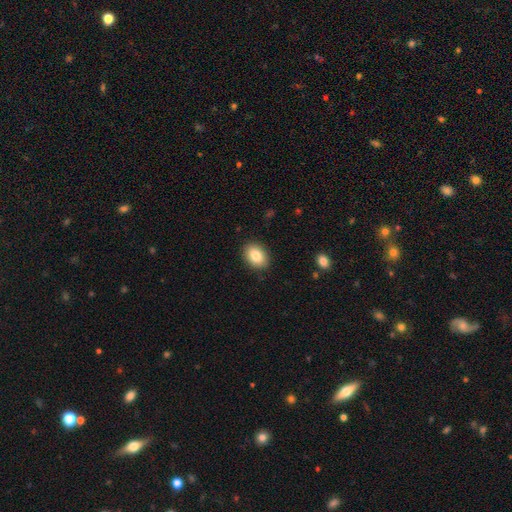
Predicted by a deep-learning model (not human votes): Smooth or featured? smooth (84%)
How rounded? in between (76%)
Merging? none (89%)